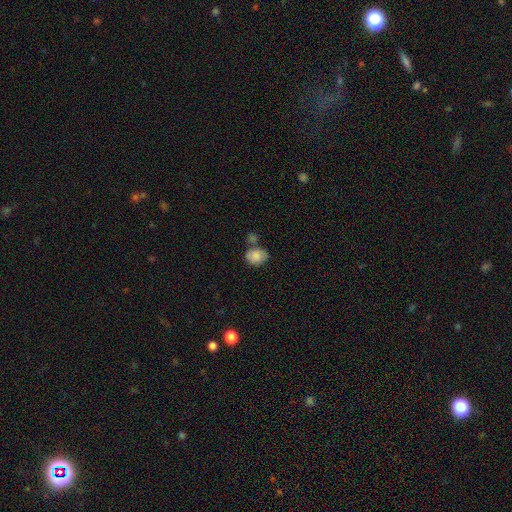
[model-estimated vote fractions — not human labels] Smooth or featured: smooth — 81% (featured or disk — 11%)
How rounded: in between — 51% (round — 48%)
Merging: none — 49% (merger — 25%)